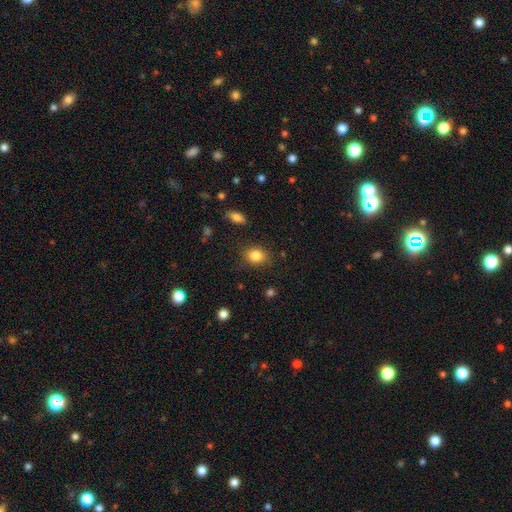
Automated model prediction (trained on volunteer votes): A smooth galaxy with no disk features (84%) that is in between round and cigar-shaped (56%).

Vote fractions:
- Smooth or featured? smooth: 84% / star or artifact: 10% / featured or disk: 6%
- How rounded? in between: 56% / round: 42% / cigar-shaped: 1%
- Merging? none: 83% / minor disturbance: 12% / major disturbance: 3% / merger: 2%